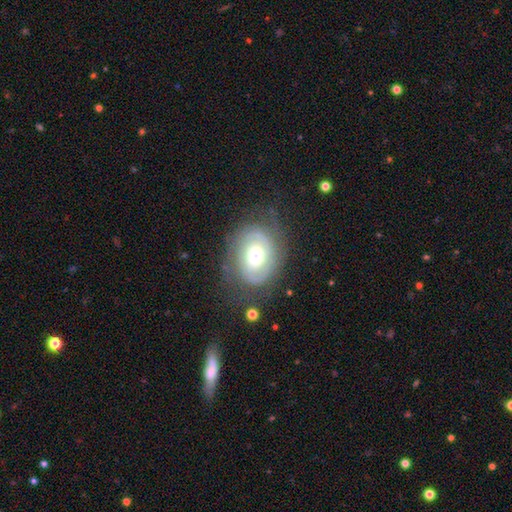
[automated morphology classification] featured or disk 76%, smooth 18%, star or artifact 6%. Down the decision tree: edge-on disk — no (97%); bar — no (72%); spiral arms — yes (87%); spiral arm count — 2 (49%); spiral winding — tight (67%); bulge size — moderate (69%); merging — none (71%).